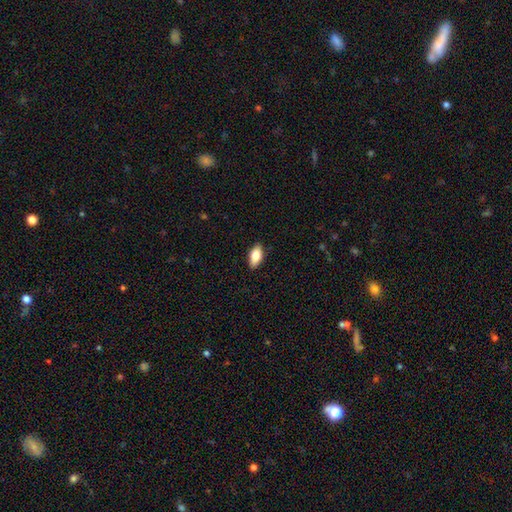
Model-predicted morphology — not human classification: smooth-or-featured: smooth: 81% | featured or disk: 12% | star or artifact: 7%
  how-rounded: in between: 89% | cigar-shaped: 8% | round: 3%
  merging: none: 88% | minor disturbance: 9% | major disturbance: 2% | merger: 1%